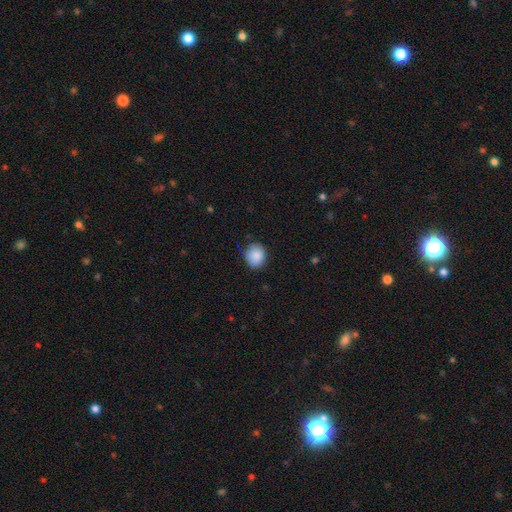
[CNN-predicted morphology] The model was most divided on "how rounded": round: 66%, in between: 34%, cigar-shaped: 1%. More confident: smooth or featured — smooth (88%); merging — none (80%).